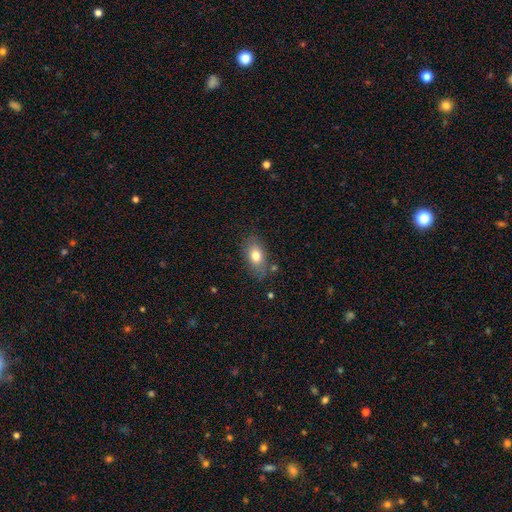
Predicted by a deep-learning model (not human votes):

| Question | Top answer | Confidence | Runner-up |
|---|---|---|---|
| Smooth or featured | smooth | 77% | featured or disk (15%) |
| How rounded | in between | 86% | round (11%) |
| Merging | none | 76% | minor disturbance (17%) |